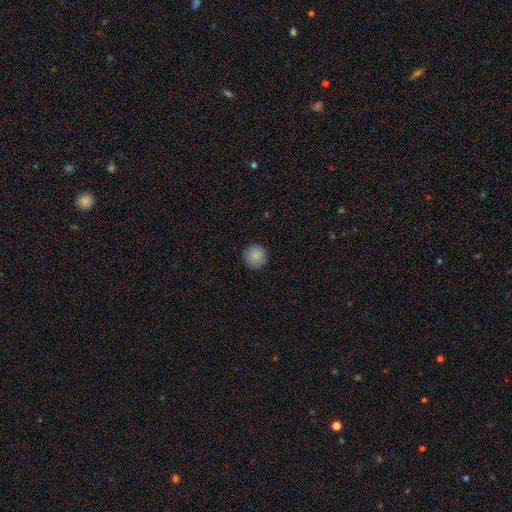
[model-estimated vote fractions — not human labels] Smooth or featured: smooth — 87% (star or artifact — 8%)
How rounded: round — 94% (in between — 5%)
Merging: none — 89% (minor disturbance — 8%)